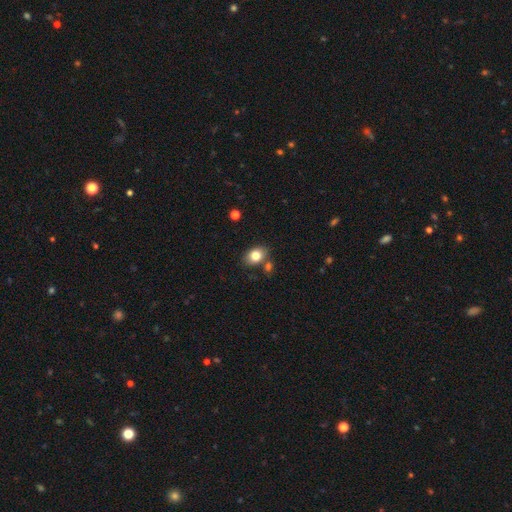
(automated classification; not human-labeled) Smooth or featured? smooth (81%)
How rounded? in between (71%)
Merging? none (72%)